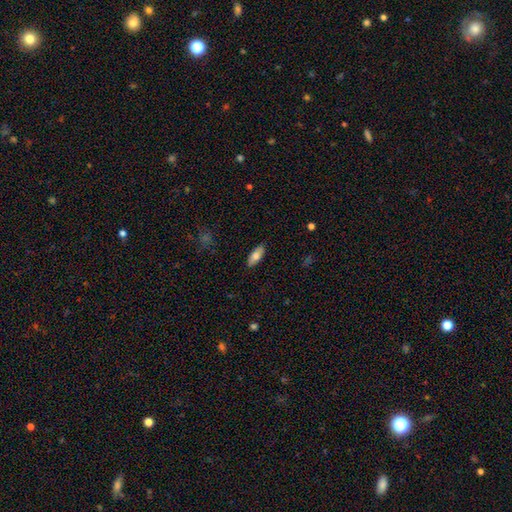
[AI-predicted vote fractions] This is likely a smooth galaxy (73%). How rounded: clearly in between (80%). Merging: clearly none (88%).